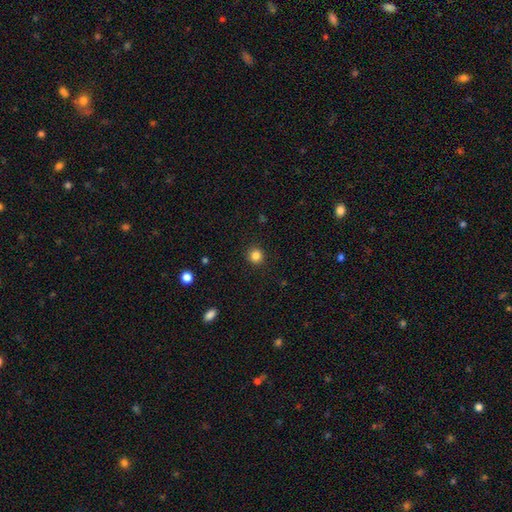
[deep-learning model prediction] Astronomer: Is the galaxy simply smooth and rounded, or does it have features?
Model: smooth — 84%.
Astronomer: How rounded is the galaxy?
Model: round — 92%.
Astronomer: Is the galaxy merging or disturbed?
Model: none — 91%.